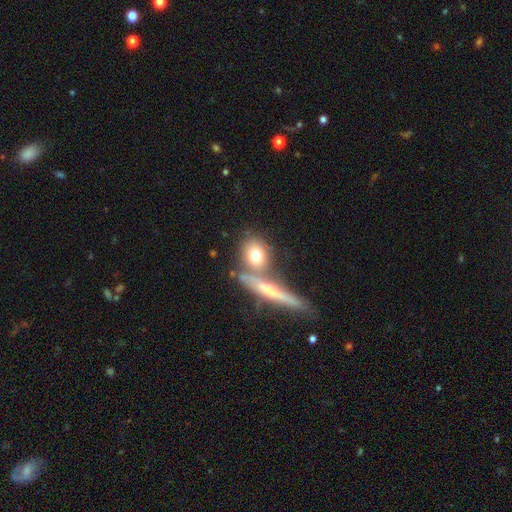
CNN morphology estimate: Smooth or featured? smooth (72%)
How rounded? round (47%)
Merging? none (58%)